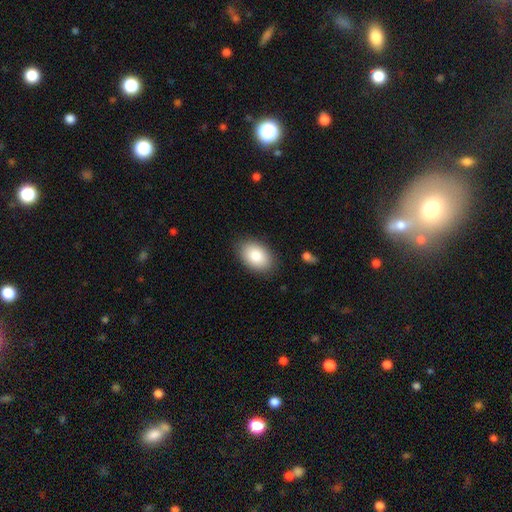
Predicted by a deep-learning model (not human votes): Smooth or featured? Predicted: smooth (p=0.85). How rounded? Predicted: in between (p=0.88). Merging? Predicted: none (p=0.86).